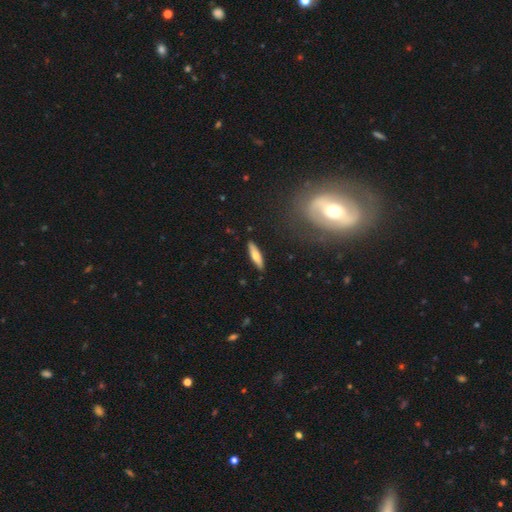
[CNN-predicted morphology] This is possibly a smooth galaxy (59%). How rounded: likely cigar-shaped (73%). Merging: clearly none (88%).